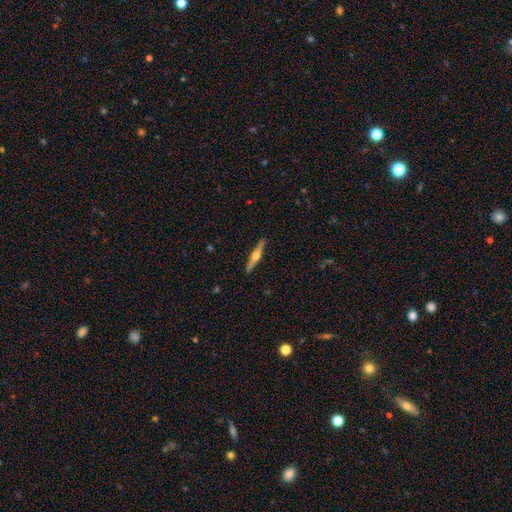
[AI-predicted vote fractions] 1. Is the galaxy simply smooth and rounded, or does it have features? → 72% featured or disk, 23% smooth, 5% star or artifact.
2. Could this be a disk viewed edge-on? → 98% yes, 2% no.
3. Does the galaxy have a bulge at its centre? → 94% rounded, 4% boxy, 2% none.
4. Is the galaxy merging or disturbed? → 91% none, 7% minor disturbance, 1% major disturbance, 1% merger.